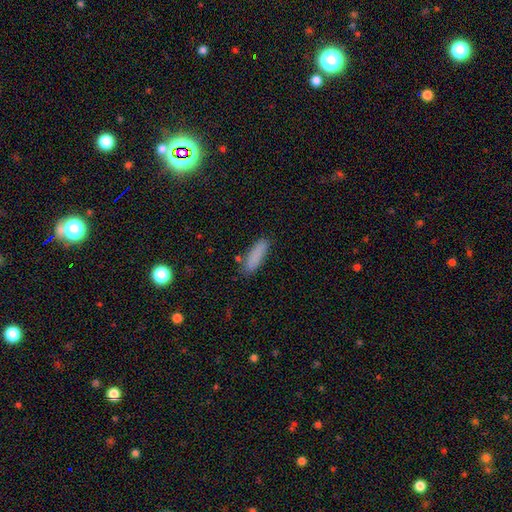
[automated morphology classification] Smooth or featured? Predicted: smooth (p=0.86). How rounded? Predicted: cigar-shaped (p=0.56). Merging? Predicted: none (p=0.82).